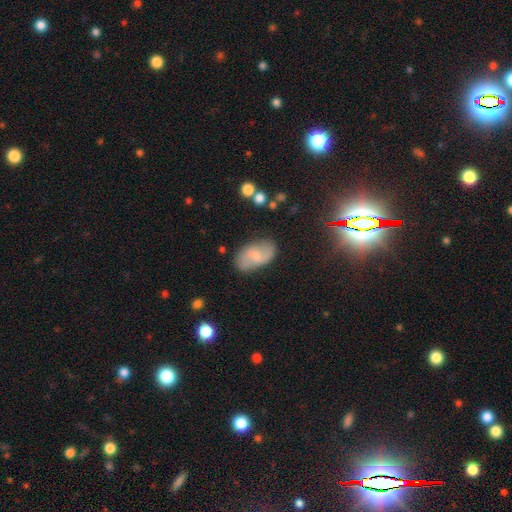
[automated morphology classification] Overall: featured or disk (54%; smooth 37%). Edge-on disk: no (96%). Bar: weak (50%; no 37%). Spiral arms: yes (82%). Bulge size: small (56%; moderate 29%). Merging: none (77%).